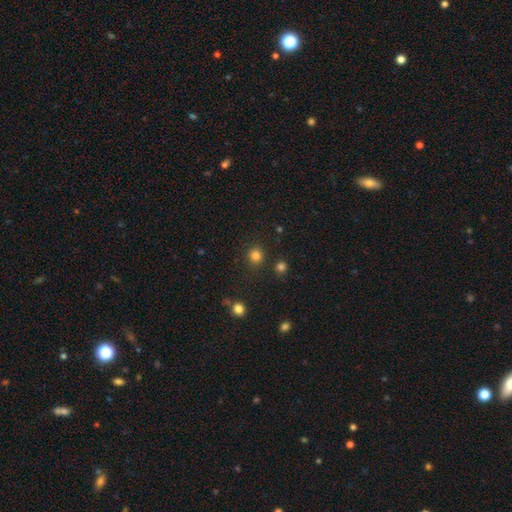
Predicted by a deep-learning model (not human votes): Smooth or featured? smooth (81%)
How rounded? round (90%)
Merging? none (87%)